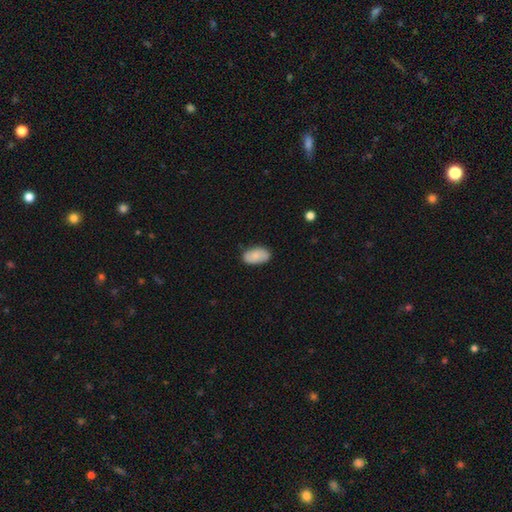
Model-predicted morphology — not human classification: This is clearly a smooth galaxy (82%). How rounded: clearly in between (94%). Merging: clearly none (81%).